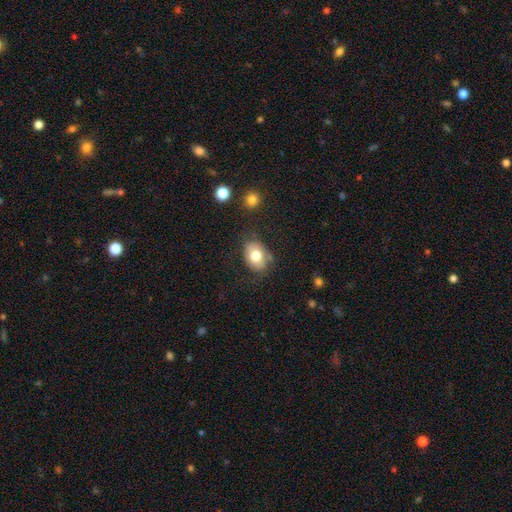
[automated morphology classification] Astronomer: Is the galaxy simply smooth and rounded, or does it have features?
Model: smooth — 76%.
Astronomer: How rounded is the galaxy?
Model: in between — 70%.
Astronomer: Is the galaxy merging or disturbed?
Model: none — 69%.